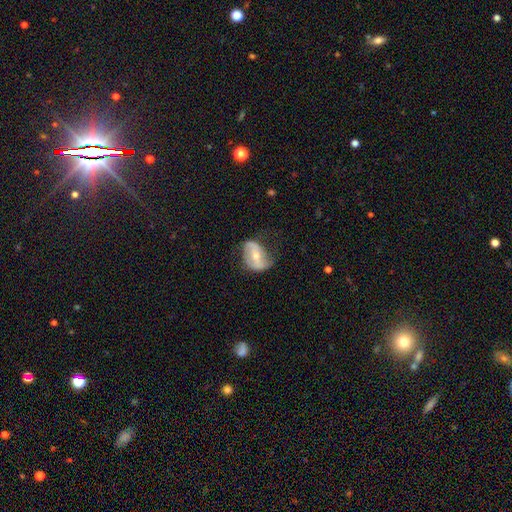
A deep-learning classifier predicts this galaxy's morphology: This is likely a featured or disk galaxy (61%). It is clearly not viewed edge-on (94%). Bar: marginally weak (35%, tied with strong). Spiral arm pattern: likely yes (71%). Central bulge: possibly moderate (59%). Merging: possibly none (51%).